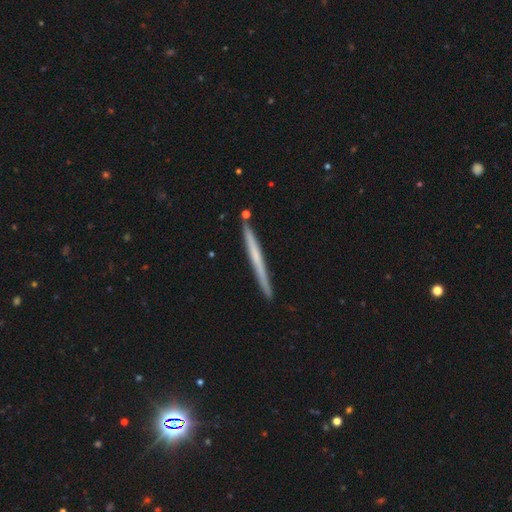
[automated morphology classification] Smooth or featured? featured or disk (50%)
Edge-on disk? yes (97%)
Merging? none (88%)